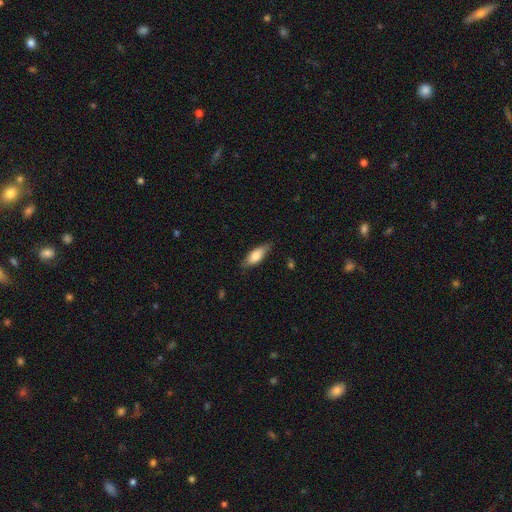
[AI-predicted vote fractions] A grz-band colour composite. It shows a smooth galaxy with no disk features (73%) that is in between round and cigar-shaped (67%). Merging: none (79%).